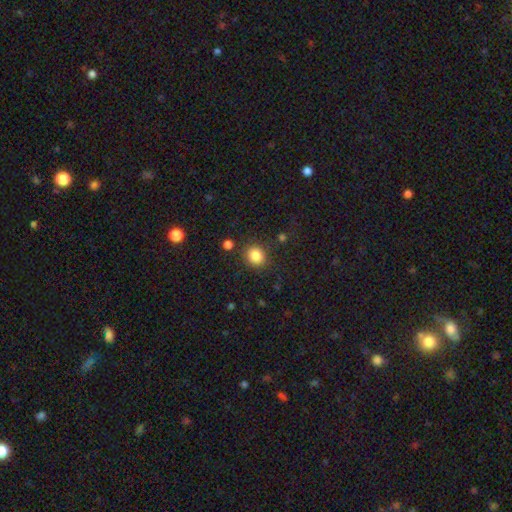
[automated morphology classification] smooth-or-featured: smooth: 84% | star or artifact: 11% | featured or disk: 5%
  how-rounded: round: 79% | in between: 20% | cigar-shaped: 1%
  merging: none: 85% | minor disturbance: 9% | merger: 3% | major disturbance: 3%